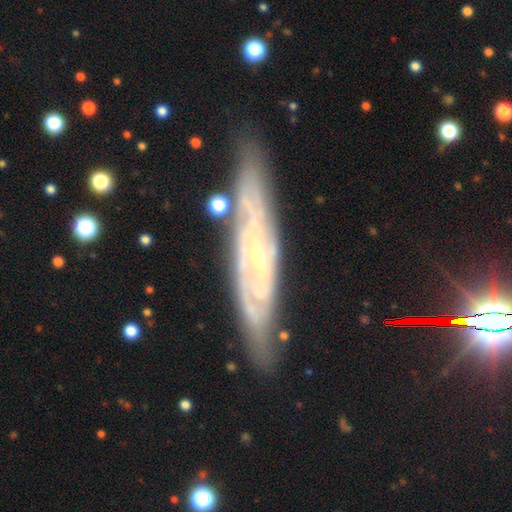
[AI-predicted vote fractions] A featured or disk galaxy (81%). Merging: none (80%).